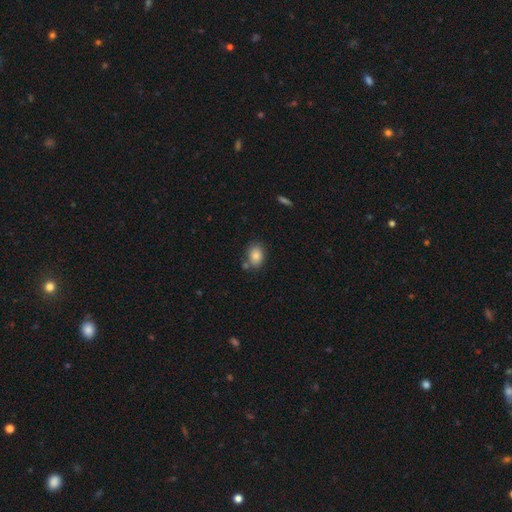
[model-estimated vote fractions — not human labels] Overall: smooth (84%). How rounded: in between (77%). Merging: none (71%).